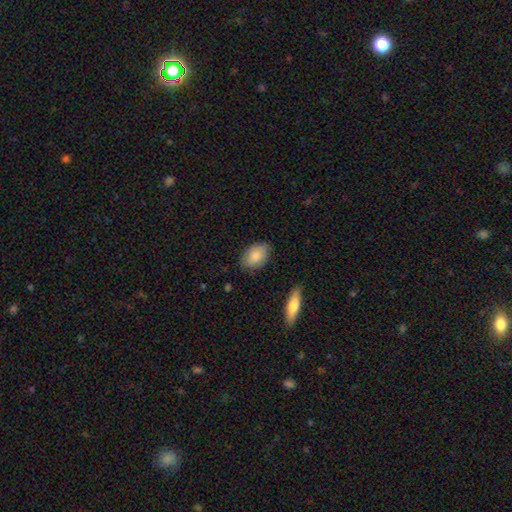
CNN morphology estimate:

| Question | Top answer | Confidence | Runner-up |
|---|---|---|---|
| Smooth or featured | smooth | 85% | featured or disk (9%) |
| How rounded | in between | 89% | round (10%) |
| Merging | none | 81% | minor disturbance (14%) |